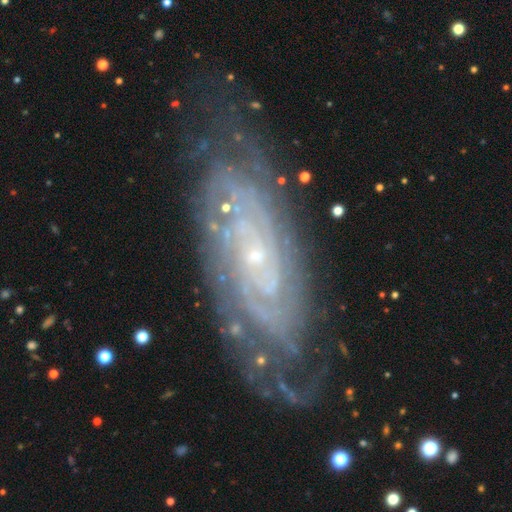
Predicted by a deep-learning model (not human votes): smooth_or_featured: featured or disk (p=0.87) [alt: smooth p=0.07]
disk_edge_on: no (p=0.92) [alt: yes p=0.08]
bar: no (p=0.73) [alt: weak p=0.20]
has_spiral_arms: yes (p=0.97) [alt: no p=0.03]
spiral_winding: tight (p=0.79) [alt: medium p=0.18]
spiral_arm_count: can't tell (p=0.34) [alt: 2 p=0.16]
bulge_size: small (p=0.86) [alt: moderate p=0.09]
merging: none (p=0.77) [alt: minor disturbance p=0.16]